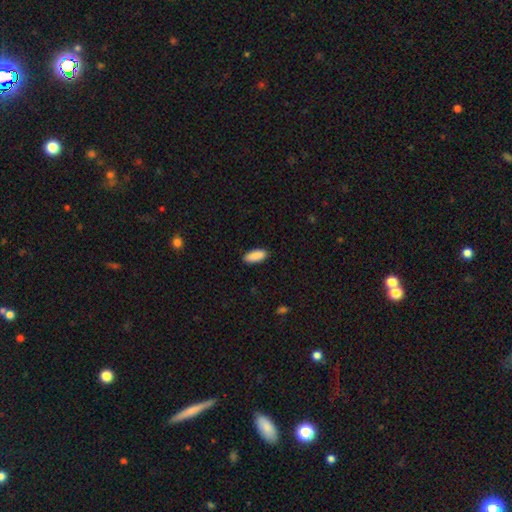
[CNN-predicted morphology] Q: Smooth or featured?
A: smooth (91%); runner-up: star or artifact (6%)
Q: How rounded?
A: in between (86%); runner-up: cigar-shaped (13%)
Q: Merging?
A: none (89%); runner-up: minor disturbance (8%)